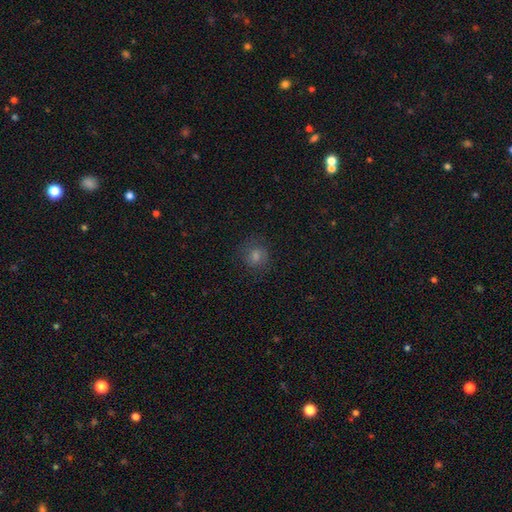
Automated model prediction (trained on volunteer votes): Morphology: type=smooth (57%); roundness=round (81%); merging=none (81%).